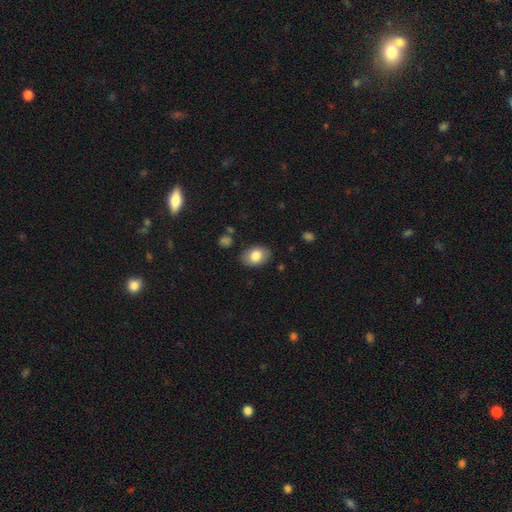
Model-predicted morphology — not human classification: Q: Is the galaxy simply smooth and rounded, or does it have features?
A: smooth — 81%.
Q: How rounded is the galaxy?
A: in between — 83%.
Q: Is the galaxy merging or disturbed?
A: none — 84%.